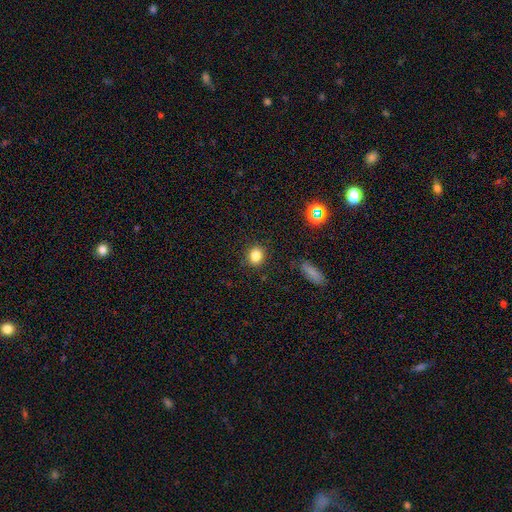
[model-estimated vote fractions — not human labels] Smooth or featured: smooth — 83% (star or artifact — 12%)
How rounded: round — 66% (in between — 33%)
Merging: none — 88% (minor disturbance — 8%)